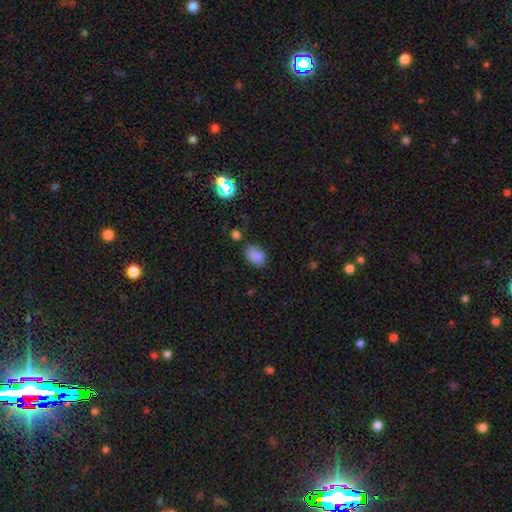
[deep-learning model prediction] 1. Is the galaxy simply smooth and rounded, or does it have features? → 80% smooth, 13% star or artifact, 7% featured or disk.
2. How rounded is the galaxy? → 85% in between, 14% round, 1% cigar-shaped.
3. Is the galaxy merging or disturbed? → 64% none, 22% minor disturbance, 8% merger, 6% major disturbance.